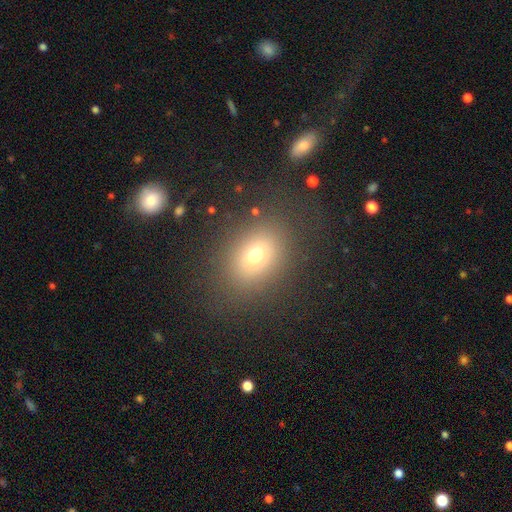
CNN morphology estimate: Overall: smooth (70%). How rounded: in between (56%; round 42%). Merging: none (81%).